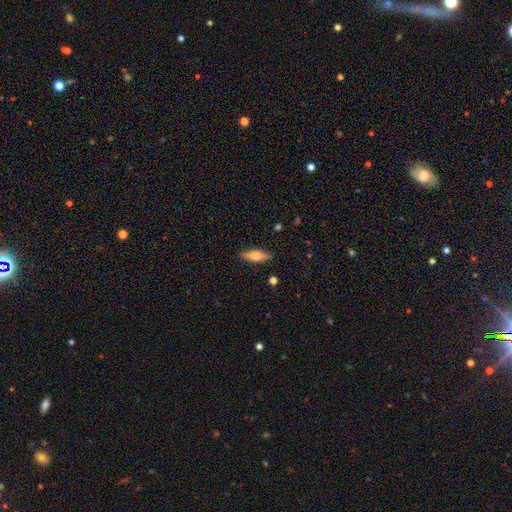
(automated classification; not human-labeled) Smooth or featured? Predicted: smooth (p=0.57). How rounded? Predicted: cigar-shaped (p=0.51). Merging? Predicted: none (p=0.87).